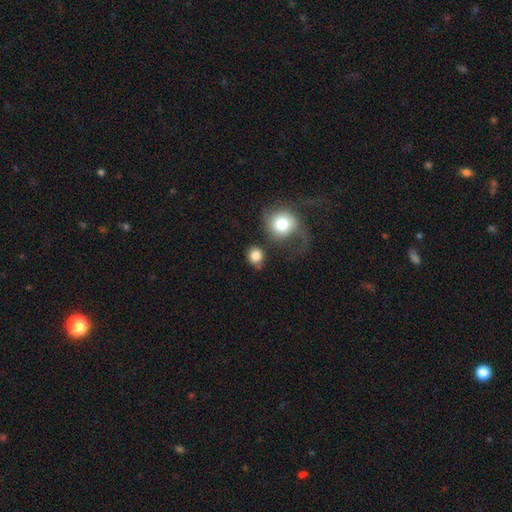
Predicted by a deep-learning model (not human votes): Smooth or featured? Predicted: smooth (p=0.83). How rounded? Predicted: round (p=0.83). Merging? Predicted: none (p=0.60).